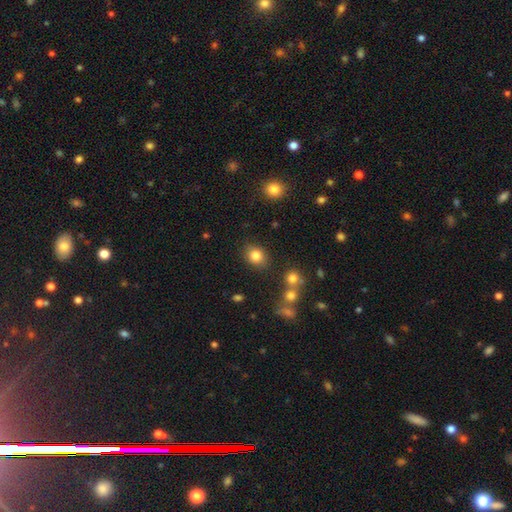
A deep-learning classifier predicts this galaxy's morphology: A smooth galaxy with no disk features (82%) that is round (58%).

Vote fractions:
- Smooth or featured? smooth: 82% / star or artifact: 11% / featured or disk: 7%
- How rounded? round: 58% / in between: 41% / cigar-shaped: 1%
- Merging? none: 83% / minor disturbance: 10% / merger: 4% / major disturbance: 3%